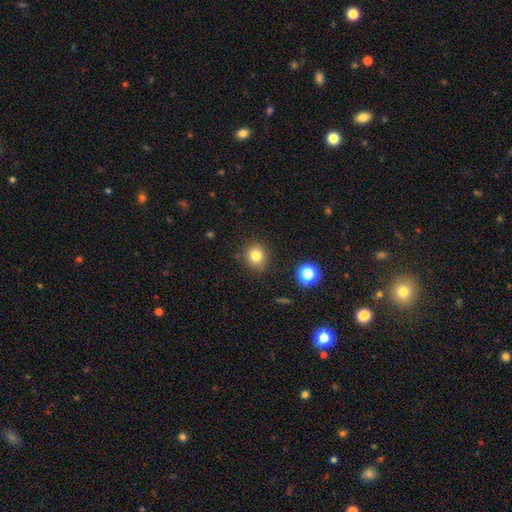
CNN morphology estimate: Smooth or featured? Predicted: smooth (p=0.80). How rounded? Predicted: round (p=0.85). Merging? Predicted: none (p=0.86).